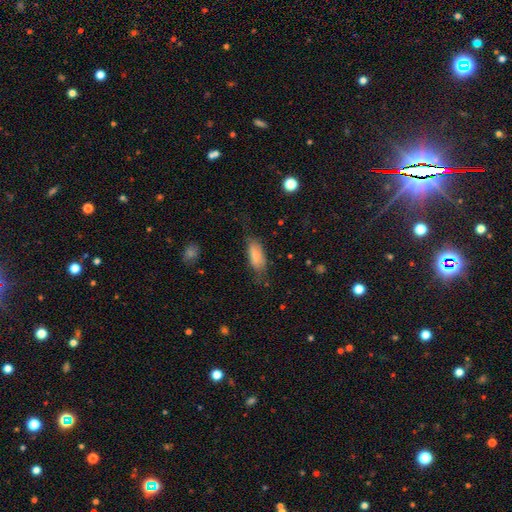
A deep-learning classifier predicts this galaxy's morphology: The model was most divided on "merging": none: 55%, minor disturbance: 30%, major disturbance: 13%, merger: 2%. More confident: how rounded — in between (78%); smooth or featured — smooth (76%).